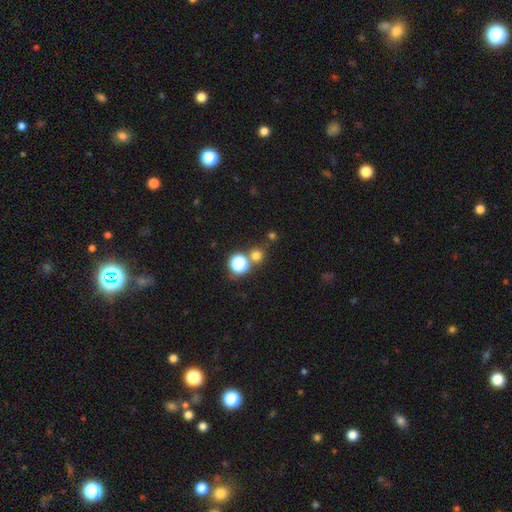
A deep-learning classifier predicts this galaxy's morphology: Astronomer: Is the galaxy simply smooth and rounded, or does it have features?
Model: smooth — 70%.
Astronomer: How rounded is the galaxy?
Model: round — 91%.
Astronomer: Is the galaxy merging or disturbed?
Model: none — 72%.